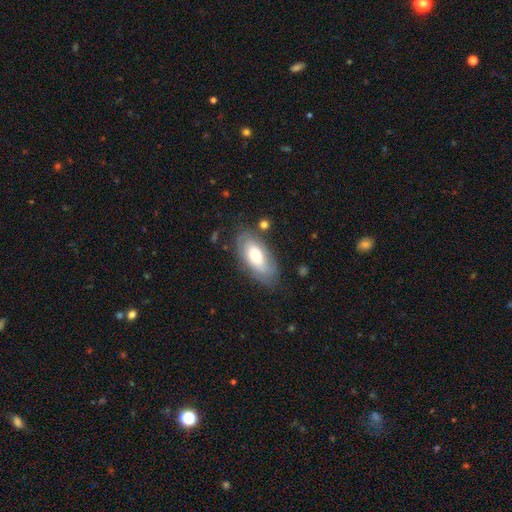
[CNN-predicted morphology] Smooth or featured? smooth (58%)
How rounded? in between (89%)
Merging? none (71%)